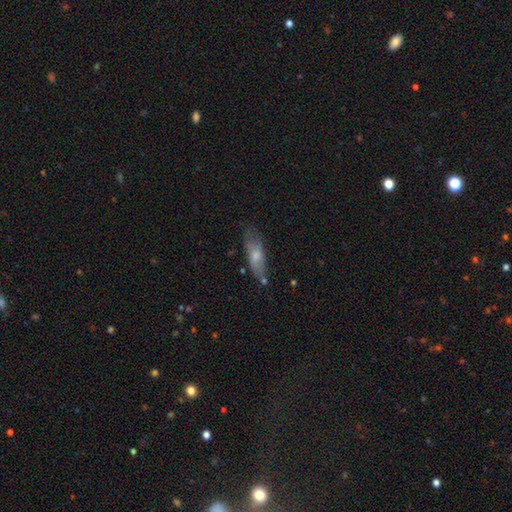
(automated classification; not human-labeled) The model was most divided on "how rounded": in between: 58%, cigar-shaped: 40%, round: 2%. More confident: smooth or featured — smooth (62%); merging — none (57%).